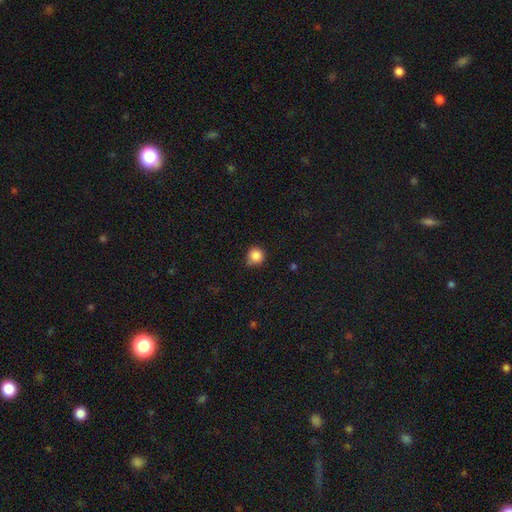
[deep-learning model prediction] This is clearly a smooth galaxy (86%). How rounded: clearly round (94%). Merging: likely none (74%).